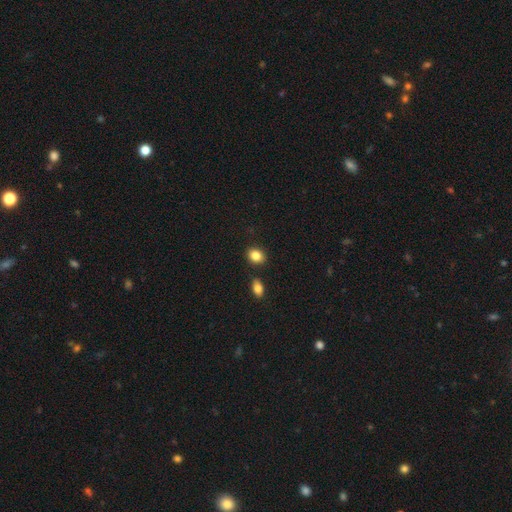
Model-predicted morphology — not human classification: This is clearly a smooth galaxy (85%). How rounded: possibly in between (53%). Merging: clearly none (83%).